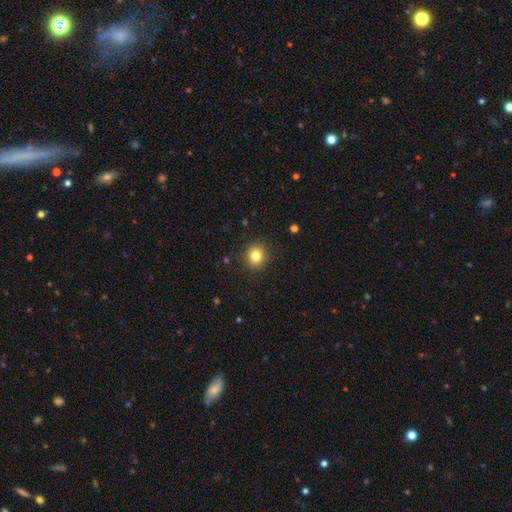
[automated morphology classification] Overall: smooth (82%). How rounded: round (89%). Merging: none (91%).